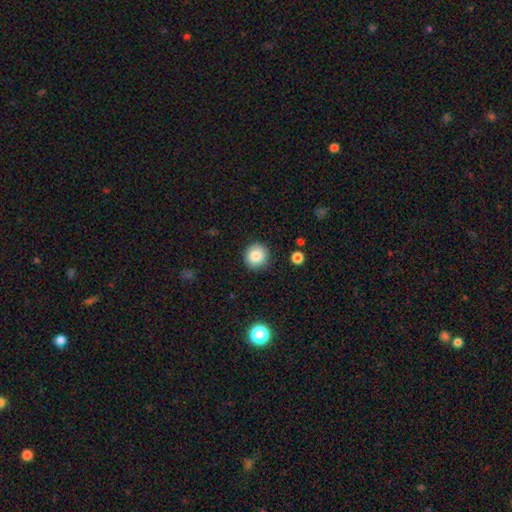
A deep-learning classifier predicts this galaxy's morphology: smooth-or-featured: smooth: 84% | star or artifact: 10% | featured or disk: 6%
  how-rounded: round: 92% | in between: 7% | cigar-shaped: 1%
  merging: none: 89% | minor disturbance: 7% | major disturbance: 2% | merger: 1%